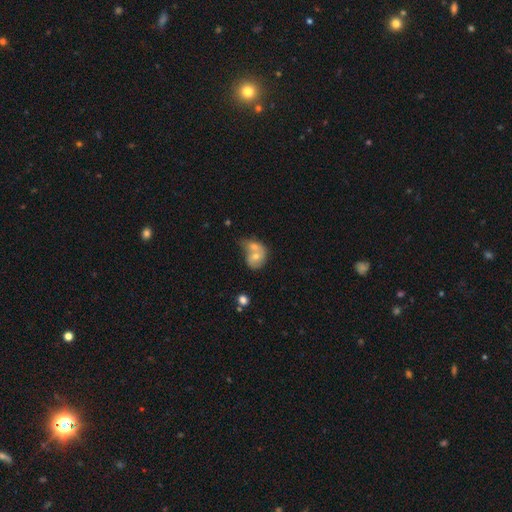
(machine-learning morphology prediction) This is possibly a smooth galaxy (58%). How rounded: possibly round (51%). Merging: likely merger (69%).